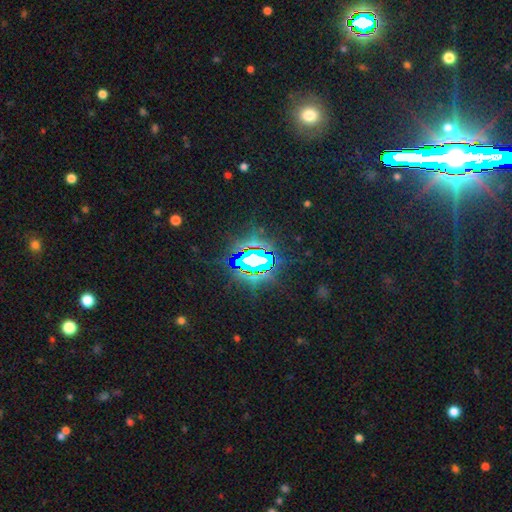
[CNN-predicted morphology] This is likely a star or artifact rather than a galaxy (78%).